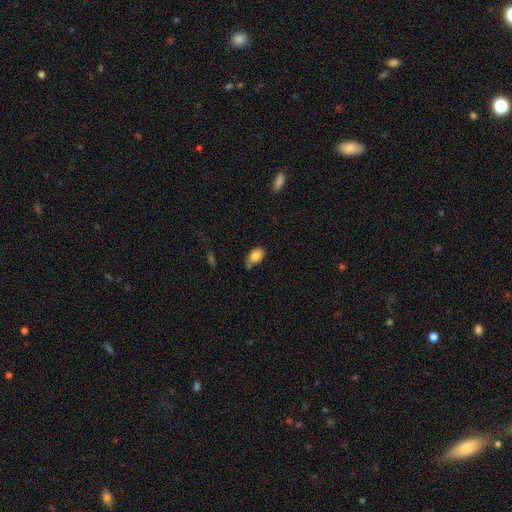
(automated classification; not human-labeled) smooth 84%, featured or disk 8%, star or artifact 8%. Down the decision tree: how rounded — in between (86%); merging — none (58%).